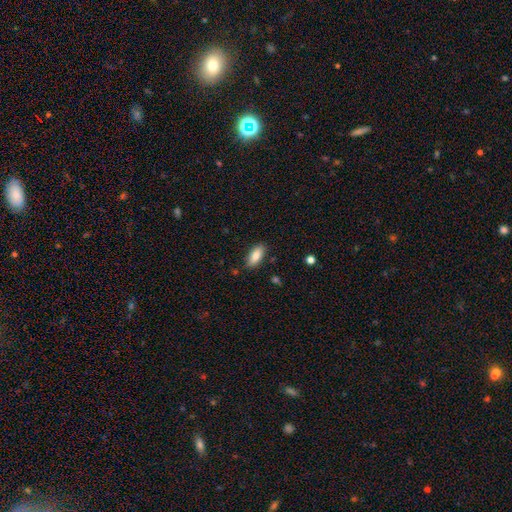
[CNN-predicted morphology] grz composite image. It shows a smooth galaxy with no disk features (83%) that is in between round and cigar-shaped (86%). Merging: none (84%).